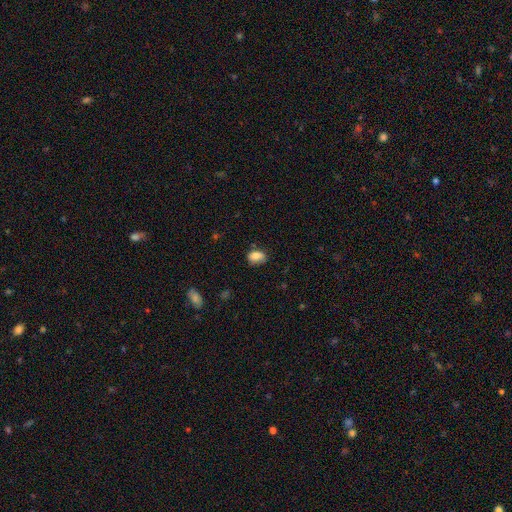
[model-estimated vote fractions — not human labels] smooth 79%, featured or disk 12%, star or artifact 9%. Down the decision tree: how rounded — in between (73%); merging — none (60%).